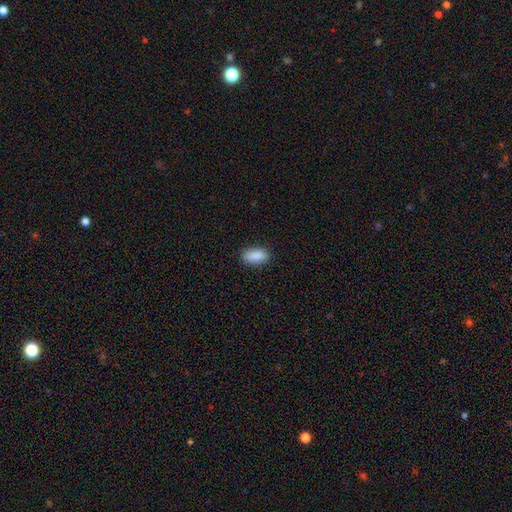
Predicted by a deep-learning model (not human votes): smooth-or-featured: smooth: 90% | star or artifact: 7% | featured or disk: 3%
  how-rounded: in between: 91% | cigar-shaped: 5% | round: 4%
  merging: none: 87% | minor disturbance: 10% | major disturbance: 2% | merger: 1%